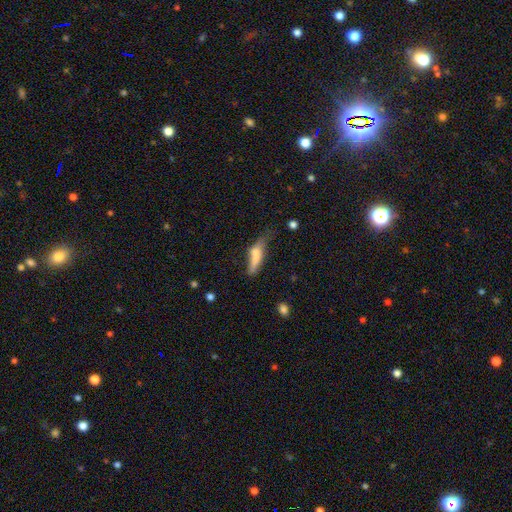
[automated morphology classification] type=smooth (63%); roundness=cigar-shaped (59%); merging=none (32%).